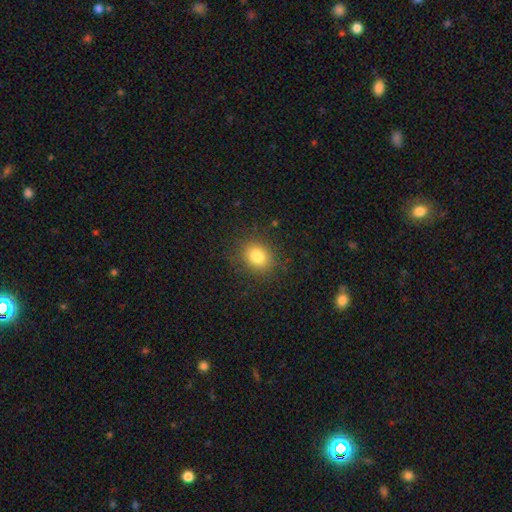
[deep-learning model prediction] Smooth or featured? Predicted: smooth (p=0.81). How rounded? Predicted: round (p=0.62). Merging? Predicted: none (p=0.86).